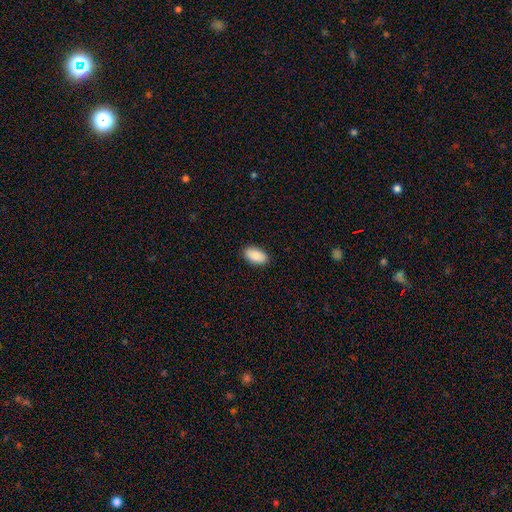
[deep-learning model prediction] Smooth or featured?
  - smooth: 88% *
  - star or artifact: 6%
  - featured or disk: 6%
How rounded?
  - in between: 94% *
  - round: 4%
  - cigar-shaped: 2%
Merging?
  - none: 90% *
  - minor disturbance: 8%
  - major disturbance: 2%
  - merger: 1%